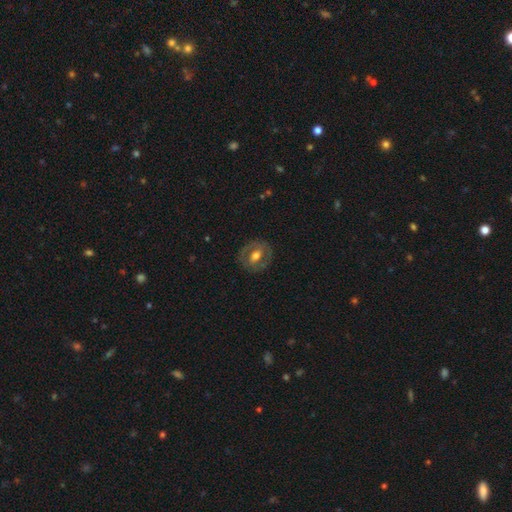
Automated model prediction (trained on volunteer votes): smooth_or_featured: featured or disk (p=0.56) [alt: smooth p=0.38]
disk_edge_on: no (p=0.94) [alt: yes p=0.06]
bar: no (p=0.44) [alt: weak p=0.35]
has_spiral_arms: no (p=0.70) [alt: yes p=0.30]
bulge_size: moderate (p=0.67) [alt: large p=0.21]
merging: none (p=0.81) [alt: minor disturbance p=0.13]